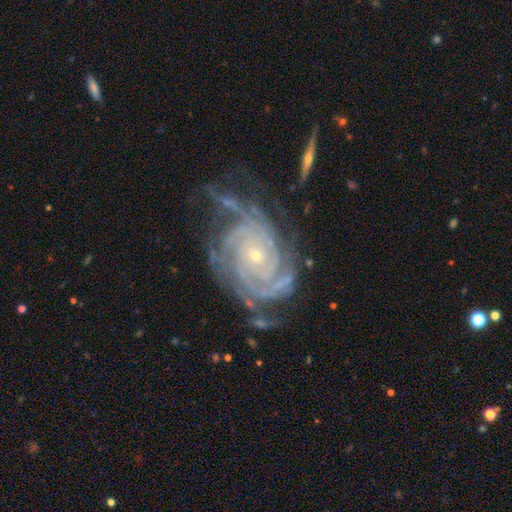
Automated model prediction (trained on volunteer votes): Smooth or featured?
  - featured or disk: 91% *
  - star or artifact: 5%
  - smooth: 3%
Edge-on disk?
  - no: 97% *
  - yes: 3%
Bar?
  - no: 74% *
  - weak: 17%
  - strong: 9%
Spiral arms?
  - yes: 98% *
  - no: 2%
Spiral winding?
  - tight: 82% *
  - medium: 16%
  - loose: 2%
Spiral arm count?
  - 4: 30% *
  - 3: 21%
  - can't tell: 15%
  - more than 4: 14%
  - 2: 14%
  - 1: 7%
Bulge size?
  - small: 78% *
  - moderate: 19%
  - none: 1%
  - large: 1%
  - dominant: 1%
Merging?
  - none: 53% *
  - minor disturbance: 25%
  - major disturbance: 16%
  - merger: 7%